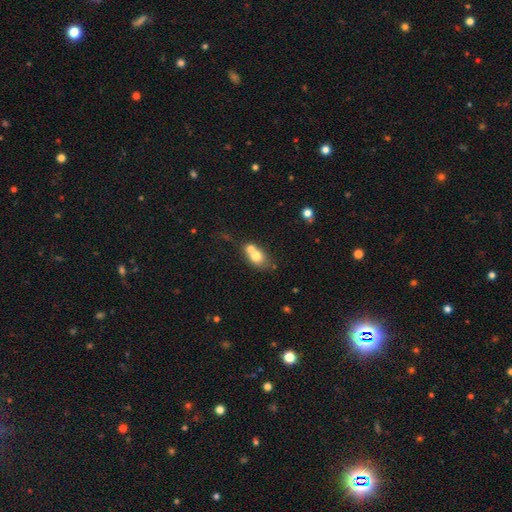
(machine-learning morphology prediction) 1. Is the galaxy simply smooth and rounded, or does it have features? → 70% smooth, 20% featured or disk, 10% star or artifact.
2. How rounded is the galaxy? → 50% in between, 48% round, 2% cigar-shaped.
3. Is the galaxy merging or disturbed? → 61% merger, 28% none, 7% minor disturbance, 4% major disturbance.